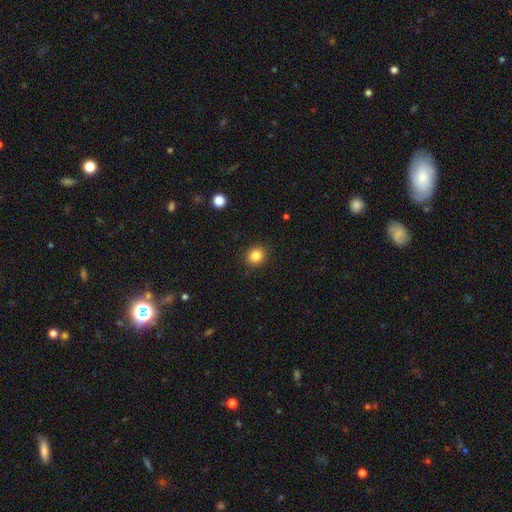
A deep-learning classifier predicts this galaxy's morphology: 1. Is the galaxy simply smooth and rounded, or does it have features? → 84% smooth, 11% star or artifact, 5% featured or disk.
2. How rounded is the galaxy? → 82% round, 17% in between, 1% cigar-shaped.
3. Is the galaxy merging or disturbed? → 91% none, 6% minor disturbance, 2% major disturbance, 1% merger.